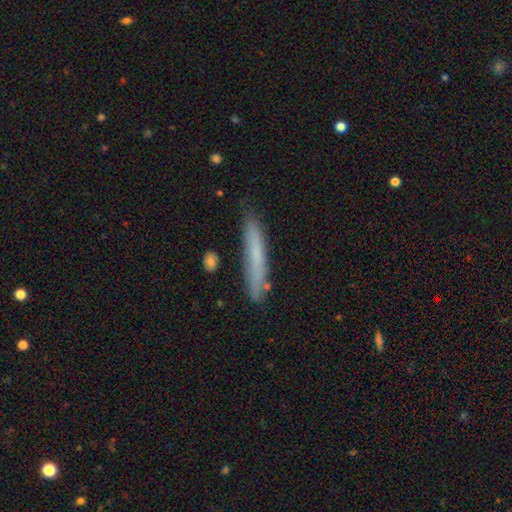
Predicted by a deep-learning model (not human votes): Morphology: type=smooth (67%); roundness=cigar-shaped (94%); merging=none (79%).